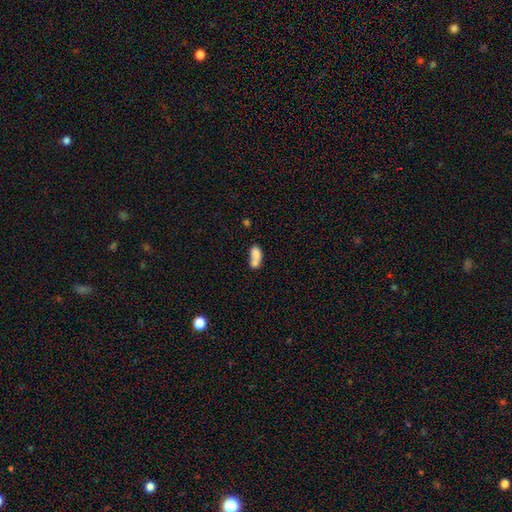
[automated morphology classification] Smooth or featured?
  - smooth: 74% *
  - featured or disk: 17%
  - star or artifact: 9%
How rounded?
  - in between: 82% *
  - round: 13%
  - cigar-shaped: 5%
Merging?
  - merger: 65% *
  - none: 21%
  - minor disturbance: 9%
  - major disturbance: 5%